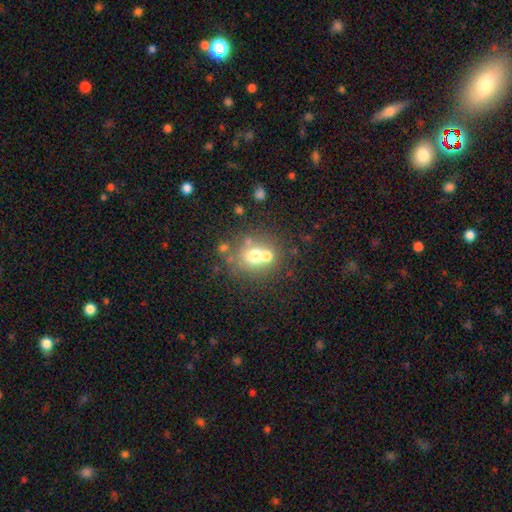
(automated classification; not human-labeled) Overall: smooth (62%; featured or disk 24%). How rounded: round (77%). Merging: none (43%, tied with merger).